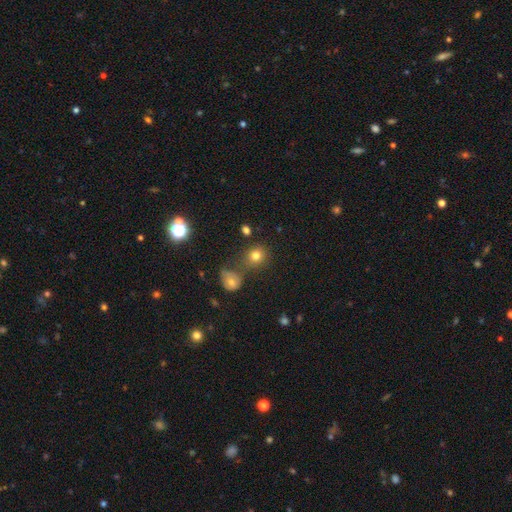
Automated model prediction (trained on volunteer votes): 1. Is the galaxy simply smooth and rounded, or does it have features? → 76% smooth, 15% star or artifact, 9% featured or disk.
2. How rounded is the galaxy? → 81% round, 18% in between, 1% cigar-shaped.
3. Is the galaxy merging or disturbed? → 68% none, 14% merger, 12% minor disturbance, 5% major disturbance.